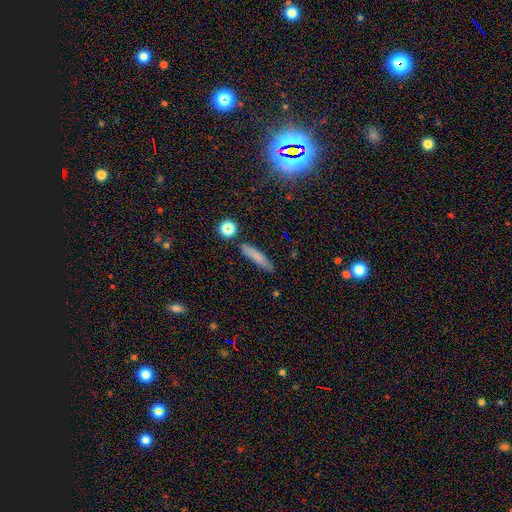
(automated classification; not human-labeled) smooth 76%, featured or disk 14%, star or artifact 11%. Down the decision tree: how rounded — cigar-shaped (84%); merging — none (82%).